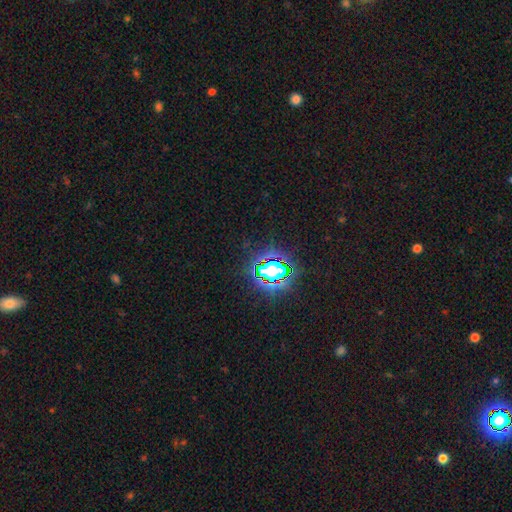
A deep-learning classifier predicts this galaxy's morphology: Smooth or featured? star or artifact (82%)